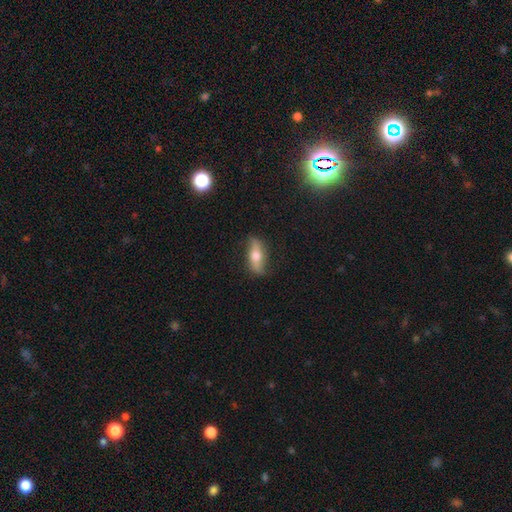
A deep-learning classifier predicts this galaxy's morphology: Smooth or featured: featured or disk — 49% (smooth — 44%)
Merging: none — 78% (minor disturbance — 17%)